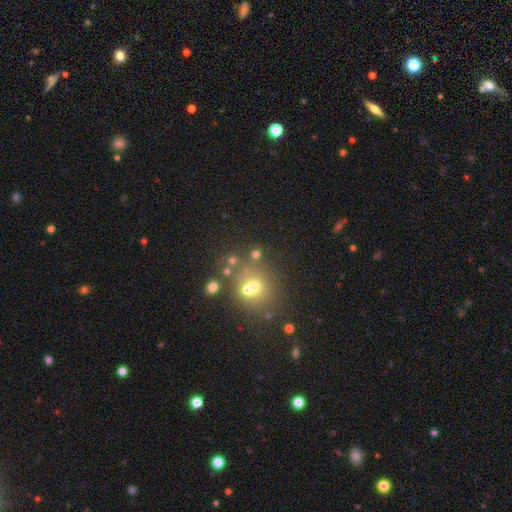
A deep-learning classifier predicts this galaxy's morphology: Smooth or featured? smooth (47%)
Merging? none (57%)